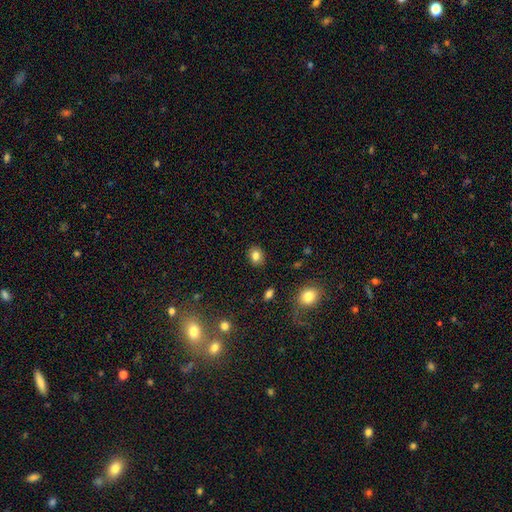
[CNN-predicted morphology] Overall: smooth (82%). How rounded: round (58%; in between 41%). Merging: none (87%).